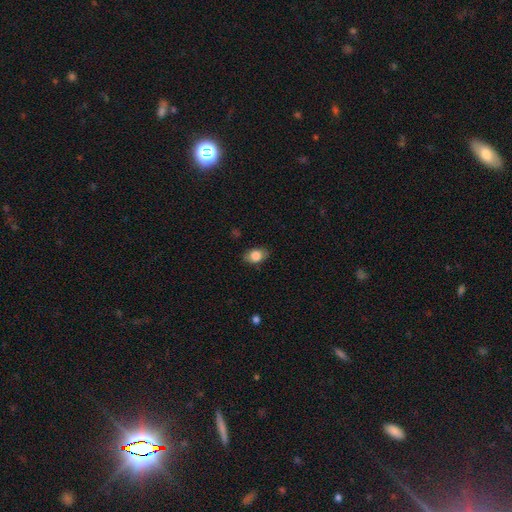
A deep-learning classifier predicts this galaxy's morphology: smooth 82%, featured or disk 11%, star or artifact 8%. Down the decision tree: how rounded — in between (80%); merging — none (82%).